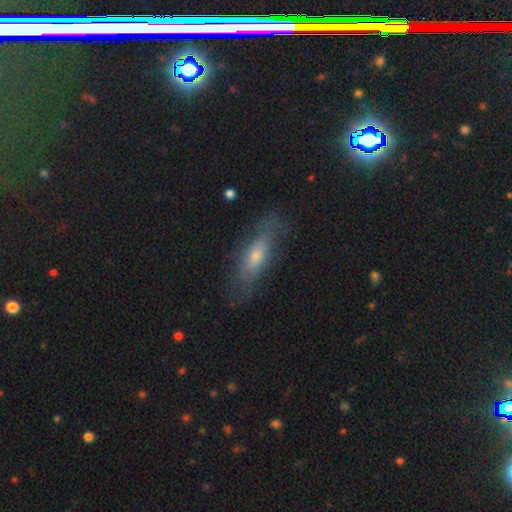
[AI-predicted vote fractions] Smooth or featured: featured or disk — 44% (smooth — 43%)
Merging: none — 75% (minor disturbance — 17%)